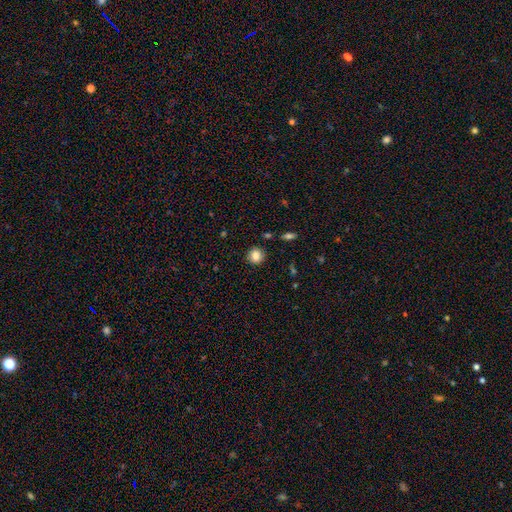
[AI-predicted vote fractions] Smooth or featured: smooth — 84% (star or artifact — 10%)
How rounded: round — 89% (in between — 10%)
Merging: none — 90% (minor disturbance — 6%)